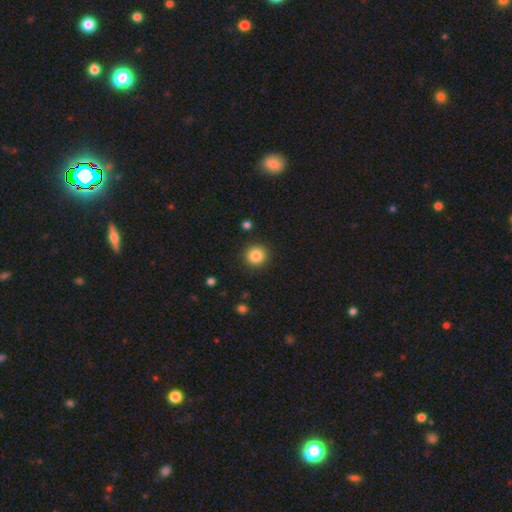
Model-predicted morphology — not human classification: type=smooth (85%); roundness=round (94%); merging=none (90%).